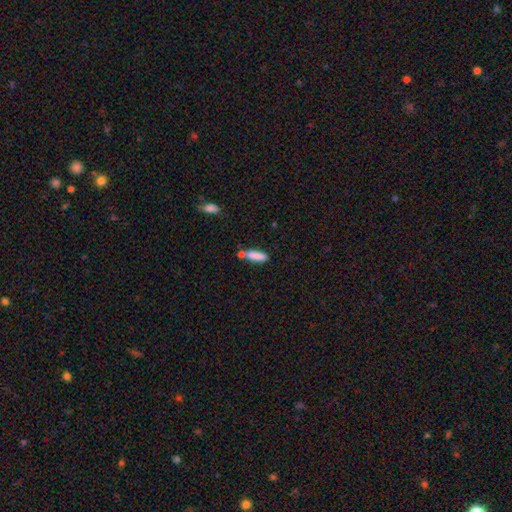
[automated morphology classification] Smooth or featured? Predicted: smooth (p=0.84). How rounded? Predicted: cigar-shaped (p=0.60). Merging? Predicted: none (p=0.58).